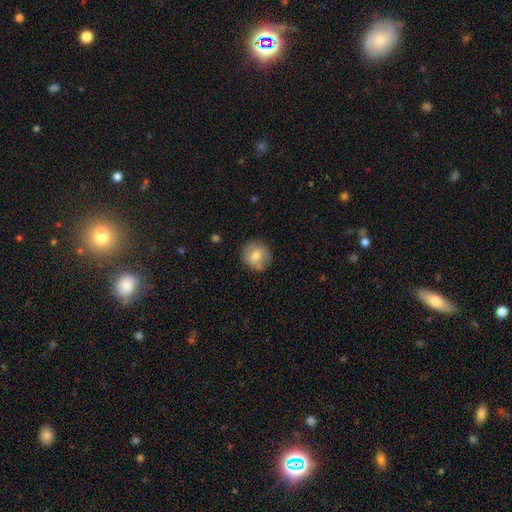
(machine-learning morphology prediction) A smooth galaxy with no disk features (69%) that is round (85%).

Vote fractions:
- Smooth or featured? smooth: 69% / featured or disk: 23% / star or artifact: 8%
- How rounded? round: 85% / in between: 14% / cigar-shaped: 1%
- Merging? none: 78% / minor disturbance: 15% / major disturbance: 4% / merger: 2%